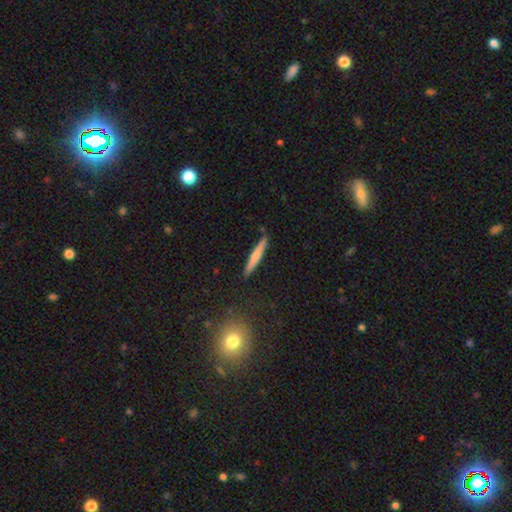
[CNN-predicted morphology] Smooth or featured: smooth — 67% (featured or disk — 27%)
How rounded: cigar-shaped — 95% (in between — 4%)
Merging: none — 88% (minor disturbance — 8%)